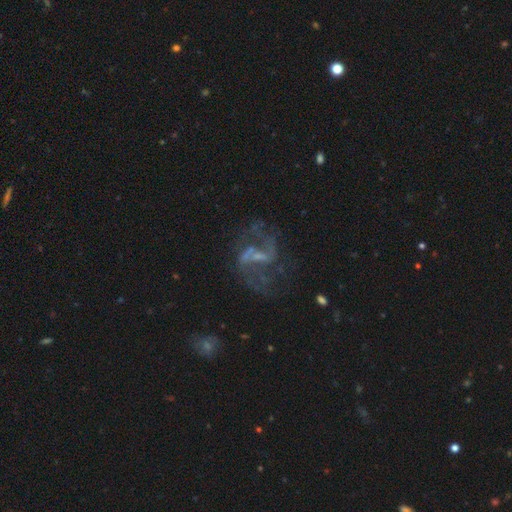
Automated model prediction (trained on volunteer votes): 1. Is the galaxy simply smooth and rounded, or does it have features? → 83% featured or disk, 10% star or artifact, 7% smooth.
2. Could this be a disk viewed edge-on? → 98% no, 2% yes.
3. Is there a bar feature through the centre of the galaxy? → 51% weak, 30% strong, 19% no.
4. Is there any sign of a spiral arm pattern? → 91% yes, 9% no.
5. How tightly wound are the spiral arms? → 55% loose, 38% medium, 7% tight.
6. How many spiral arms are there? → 88% 2, 5% can't tell, 2% 1, 2% 3, 1% 4, 1% more than 4.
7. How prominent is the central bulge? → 48% small, 30% none, 18% moderate, 2% large, 1% dominant.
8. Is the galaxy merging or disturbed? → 61% none, 19% major disturbance, 16% minor disturbance, 5% merger.